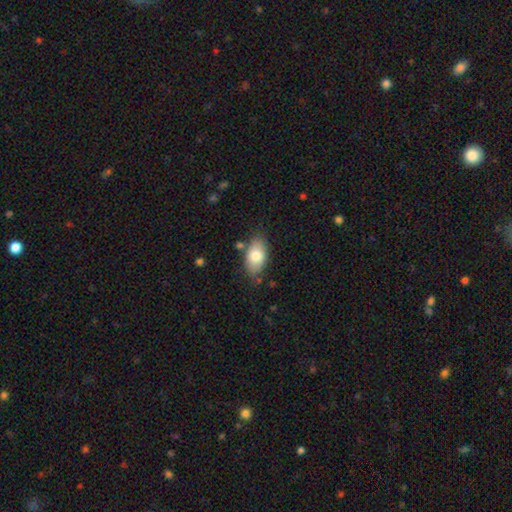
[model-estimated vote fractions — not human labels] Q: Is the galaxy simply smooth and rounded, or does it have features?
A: smooth — 78%.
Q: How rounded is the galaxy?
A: in between — 93%.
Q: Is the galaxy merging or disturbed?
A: none — 77%.